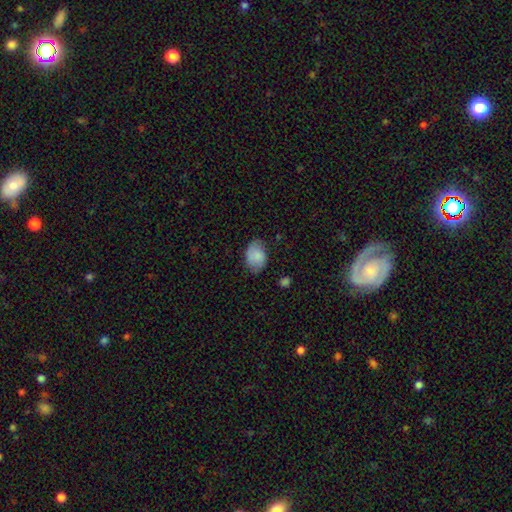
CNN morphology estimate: This appears to be a smooth galaxy with no disk features (82%) that is in between round and cigar-shaped (81%). Merging: none (67%).